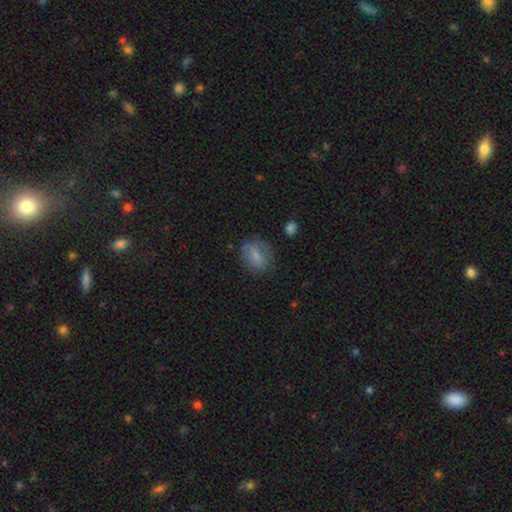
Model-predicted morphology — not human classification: Smooth or featured? Predicted: smooth (p=0.69). How rounded? Predicted: in between (p=0.61). Merging? Predicted: none (p=0.68).